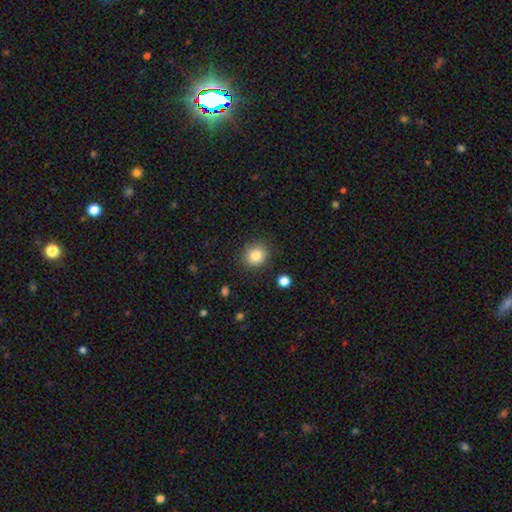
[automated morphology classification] Q: Smooth or featured?
A: smooth (83%); runner-up: star or artifact (10%)
Q: How rounded?
A: round (79%); runner-up: in between (20%)
Q: Merging?
A: none (87%); runner-up: minor disturbance (8%)